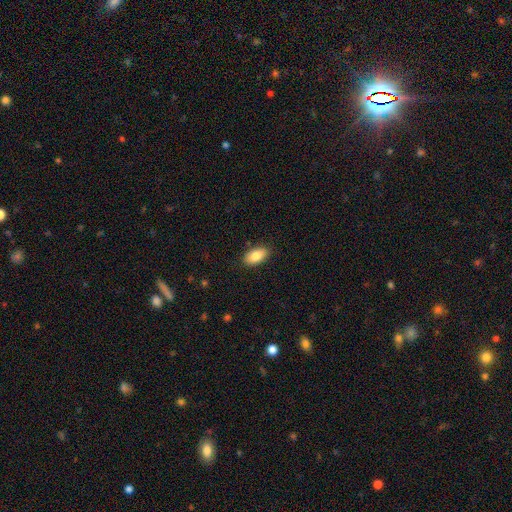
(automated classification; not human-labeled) A smooth galaxy with no disk features (84%) that is in between round and cigar-shaped (93%).

Vote fractions:
- Smooth or featured? smooth: 84% / featured or disk: 9% / star or artifact: 7%
- How rounded? in between: 93% / round: 4% / cigar-shaped: 3%
- Merging? none: 87% / minor disturbance: 10% / major disturbance: 2% / merger: 1%